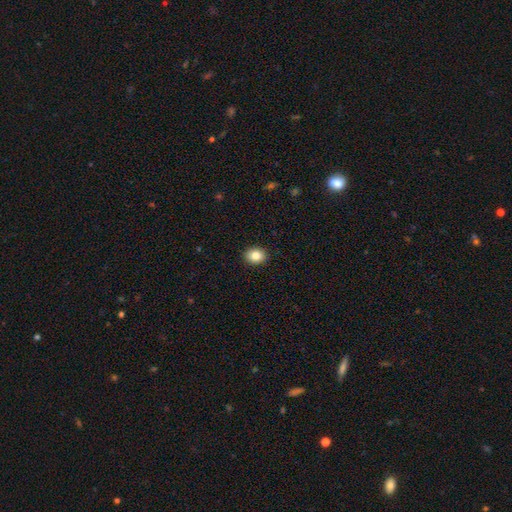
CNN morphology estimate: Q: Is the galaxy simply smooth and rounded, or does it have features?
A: smooth — 84%.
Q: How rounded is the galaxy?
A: round — 50%.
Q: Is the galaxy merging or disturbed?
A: none — 91%.